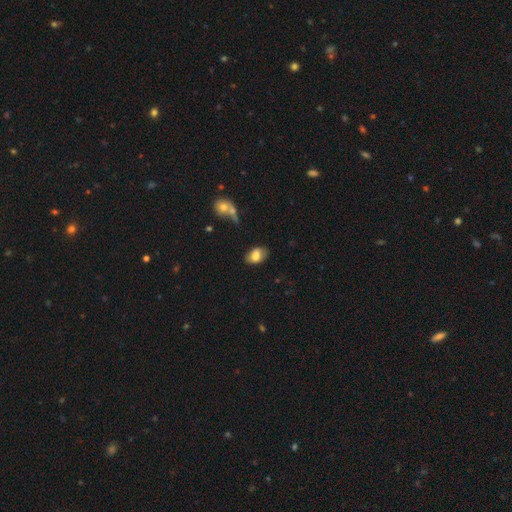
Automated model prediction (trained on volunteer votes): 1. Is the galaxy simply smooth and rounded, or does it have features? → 78% smooth, 14% featured or disk, 8% star or artifact.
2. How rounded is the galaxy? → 85% in between, 14% round, 1% cigar-shaped.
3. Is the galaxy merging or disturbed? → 75% none, 17% minor disturbance, 4% major disturbance, 3% merger.